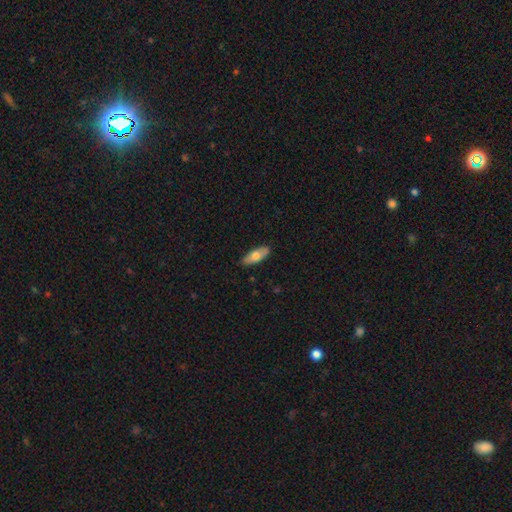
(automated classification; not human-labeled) smooth-or-featured: smooth: 70% | featured or disk: 25% | star or artifact: 6%
  how-rounded: in between: 75% | cigar-shaped: 22% | round: 2%
  merging: none: 87% | minor disturbance: 10% | major disturbance: 2% | merger: 1%